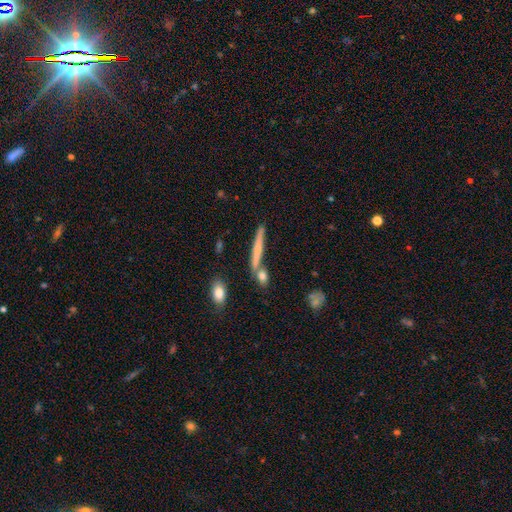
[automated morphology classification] The model was most divided on "smooth or featured": smooth: 46%, featured or disk: 38%, star or artifact: 16%. More confident: merging — none (74%).